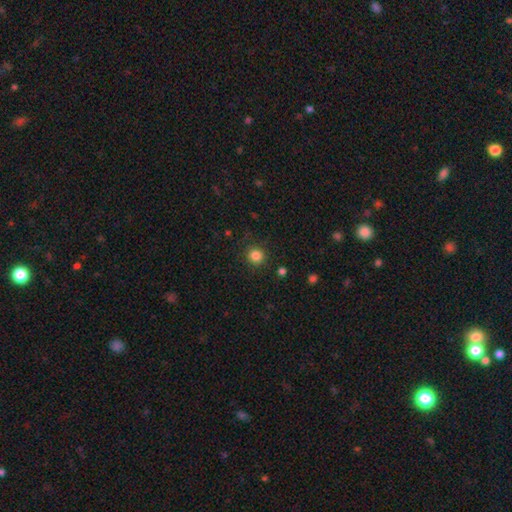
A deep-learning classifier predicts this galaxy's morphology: A smooth galaxy with no disk features (84%) that is round (92%). Merging: none (89%).